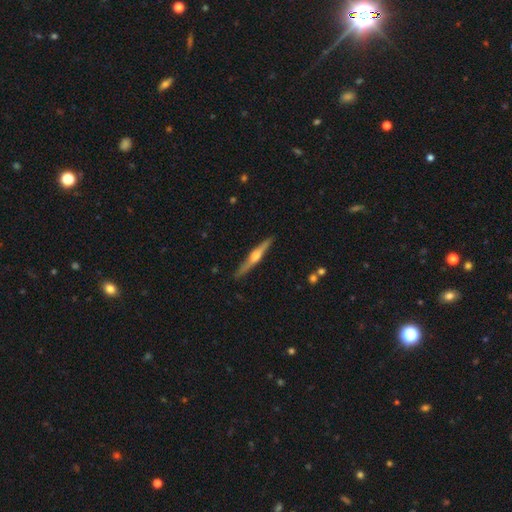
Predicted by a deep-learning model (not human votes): Q: Smooth or featured?
A: featured or disk (76%); runner-up: smooth (19%)
Q: Edge-on disk?
A: yes (98%); runner-up: no (2%)
Q: Edge-on bulge?
A: rounded (90%); runner-up: boxy (5%)
Q: Merging?
A: none (90%); runner-up: minor disturbance (8%)